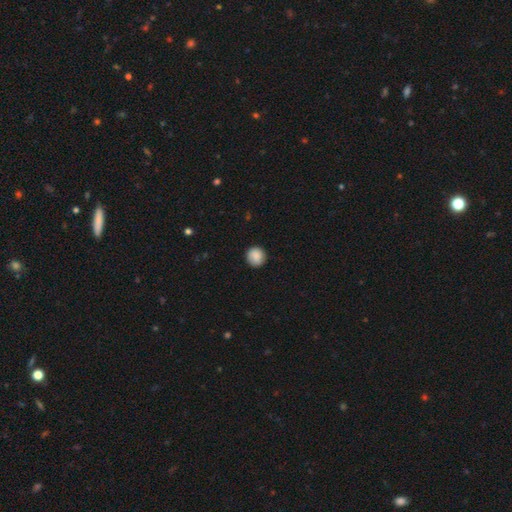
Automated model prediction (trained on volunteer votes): Morphology: type=smooth (88%); roundness=round (91%); merging=none (88%).